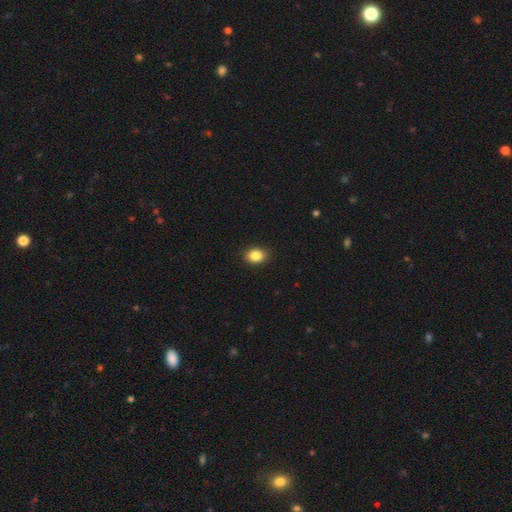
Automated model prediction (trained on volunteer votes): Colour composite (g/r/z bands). It shows a smooth galaxy with no disk features (86%) that is in between round and cigar-shaped (65%). Merging: none (89%).